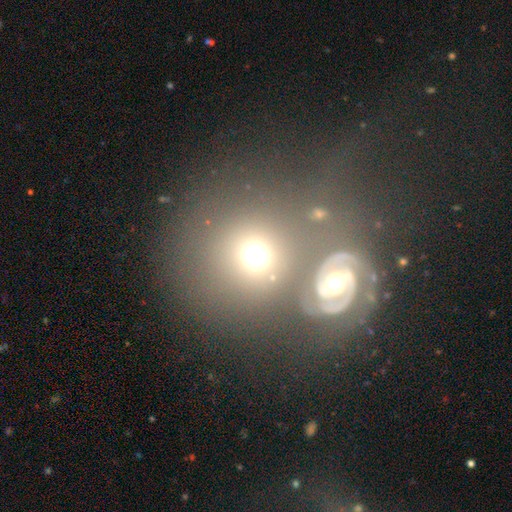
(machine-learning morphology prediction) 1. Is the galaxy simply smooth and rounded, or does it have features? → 56% smooth, 31% featured or disk, 14% star or artifact.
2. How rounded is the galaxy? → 80% round, 19% in between, 1% cigar-shaped.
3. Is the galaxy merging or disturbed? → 55% none, 28% merger, 10% minor disturbance, 7% major disturbance.